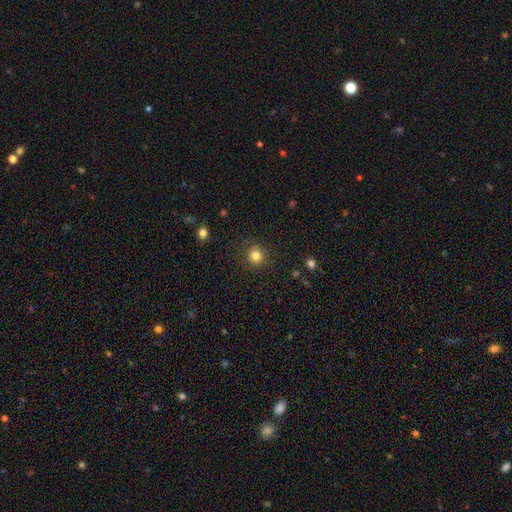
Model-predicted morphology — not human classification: Overall: smooth (82%). How rounded: round (92%). Merging: none (89%).